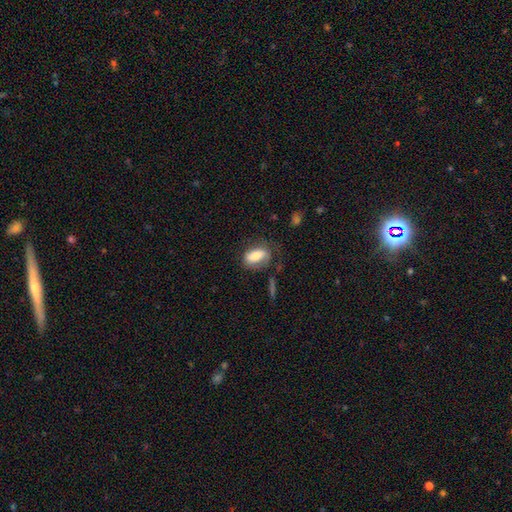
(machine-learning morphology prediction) Smooth or featured?
  - smooth: 70% *
  - featured or disk: 23%
  - star or artifact: 7%
How rounded?
  - in between: 88% *
  - round: 7%
  - cigar-shaped: 5%
Merging?
  - none: 54% *
  - minor disturbance: 25%
  - major disturbance: 17%
  - merger: 4%